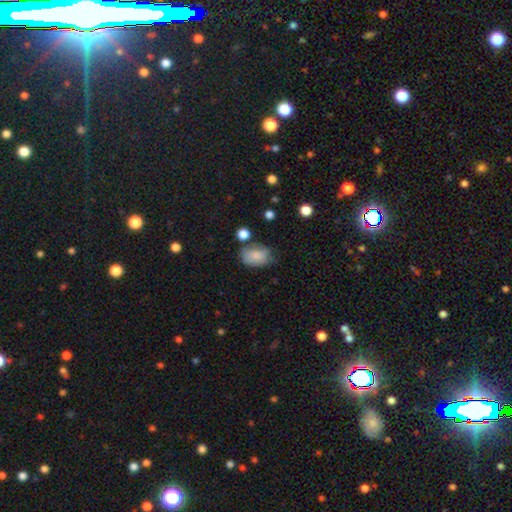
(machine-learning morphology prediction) A smooth galaxy with no disk features (82%) that is in between round and cigar-shaped (85%).

Vote fractions:
- Smooth or featured? smooth: 82% / featured or disk: 10% / star or artifact: 8%
- How rounded? in between: 85% / round: 14% / cigar-shaped: 1%
- Merging? none: 58% / minor disturbance: 27% / major disturbance: 8% / merger: 7%